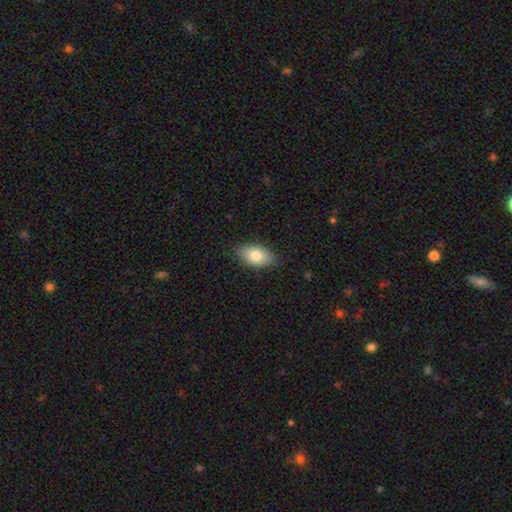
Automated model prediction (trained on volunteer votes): Smooth or featured? smooth (81%)
How rounded? in between (92%)
Merging? none (85%)